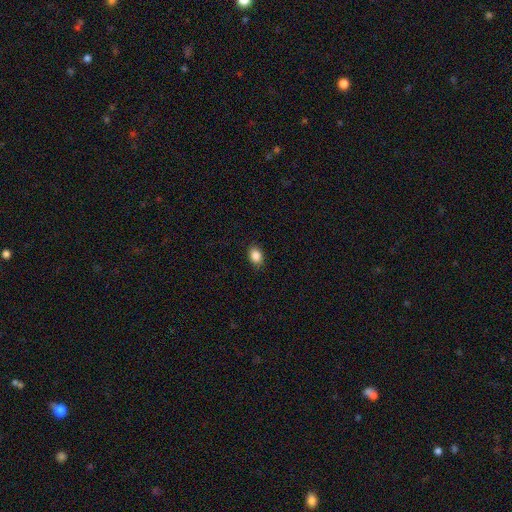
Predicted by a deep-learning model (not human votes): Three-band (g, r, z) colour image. It shows a smooth galaxy with no disk features (87%) that is in between round and cigar-shaped (70%). Merging: none (88%).